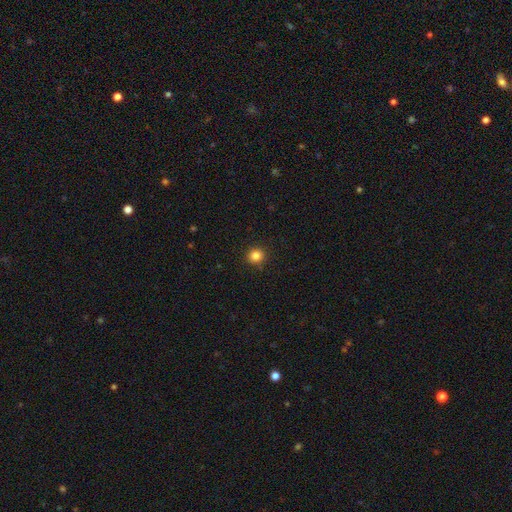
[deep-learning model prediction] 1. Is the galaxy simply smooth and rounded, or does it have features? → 84% smooth, 12% star or artifact, 4% featured or disk.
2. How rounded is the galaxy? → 89% round, 10% in between, 1% cigar-shaped.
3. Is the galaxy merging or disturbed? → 91% none, 6% minor disturbance, 2% major disturbance, 1% merger.